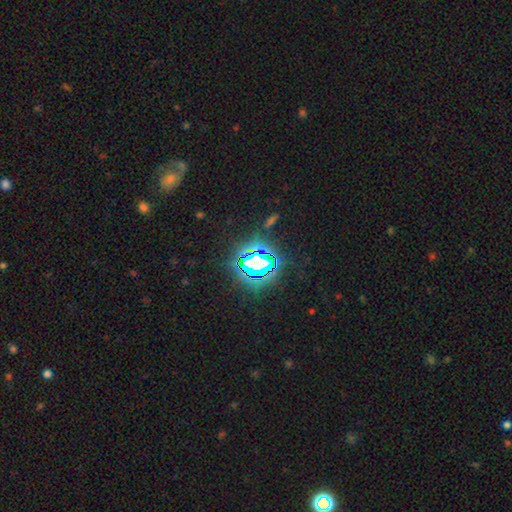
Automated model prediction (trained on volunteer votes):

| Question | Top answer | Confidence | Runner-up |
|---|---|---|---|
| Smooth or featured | star or artifact | 77% | smooth (13%) |